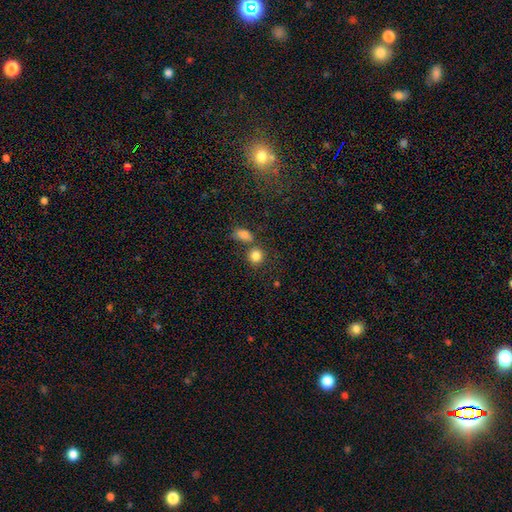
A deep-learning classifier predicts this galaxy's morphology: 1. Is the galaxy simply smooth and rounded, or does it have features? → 84% smooth, 11% star or artifact, 6% featured or disk.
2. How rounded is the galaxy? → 80% round, 19% in between, 1% cigar-shaped.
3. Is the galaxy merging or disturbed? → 61% none, 25% merger, 10% minor disturbance, 4% major disturbance.